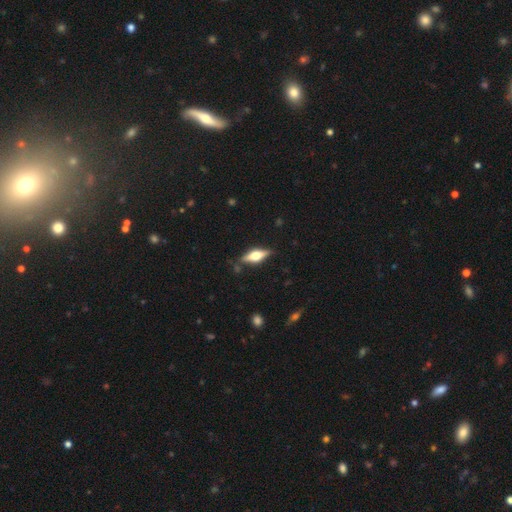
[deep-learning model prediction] smooth_or_featured: featured or disk (p=0.57) [alt: smooth p=0.36]
disk_edge_on: yes (p=0.94) [alt: no p=0.06]
edge_on_bulge: rounded (p=0.92) [alt: boxy p=0.07]
merging: none (p=0.82) [alt: minor disturbance p=0.12]